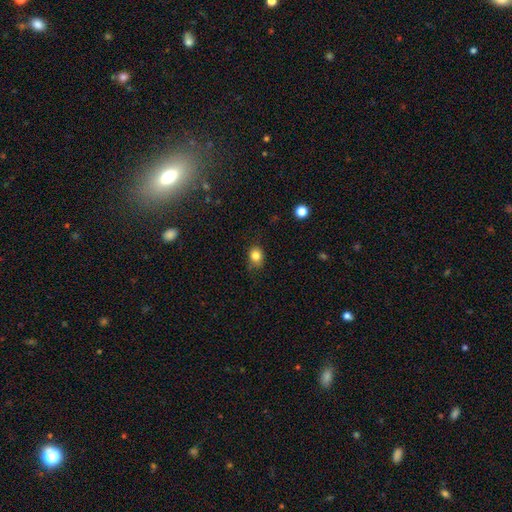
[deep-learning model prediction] Smooth or featured? smooth (83%)
How rounded? round (66%)
Merging? none (74%)